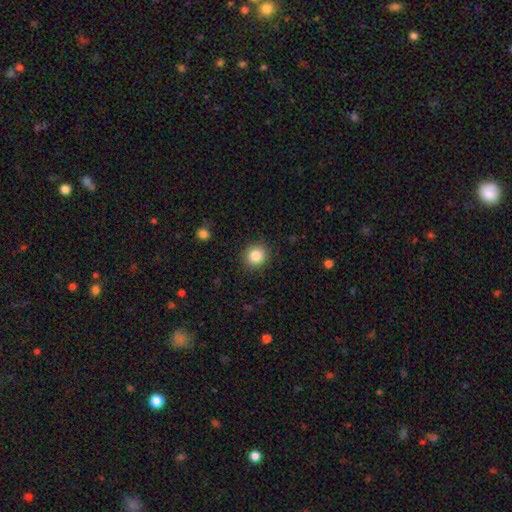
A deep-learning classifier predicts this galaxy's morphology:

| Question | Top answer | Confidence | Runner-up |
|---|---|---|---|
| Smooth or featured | smooth | 84% | star or artifact (10%) |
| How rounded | round | 88% | in between (11%) |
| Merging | none | 90% | minor disturbance (7%) |